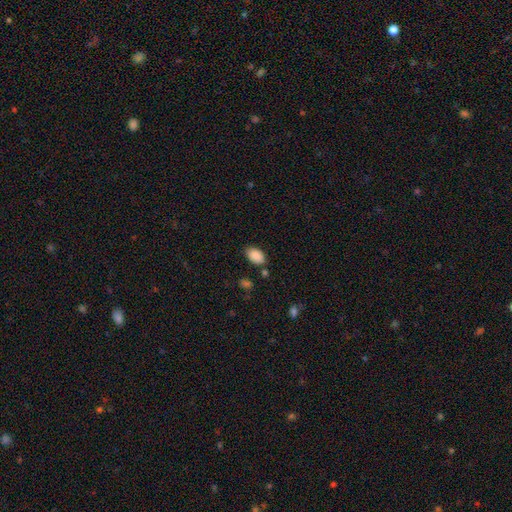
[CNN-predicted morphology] Smooth or featured? Predicted: smooth (p=0.89). How rounded? Predicted: in between (p=0.91). Merging? Predicted: none (p=0.77).